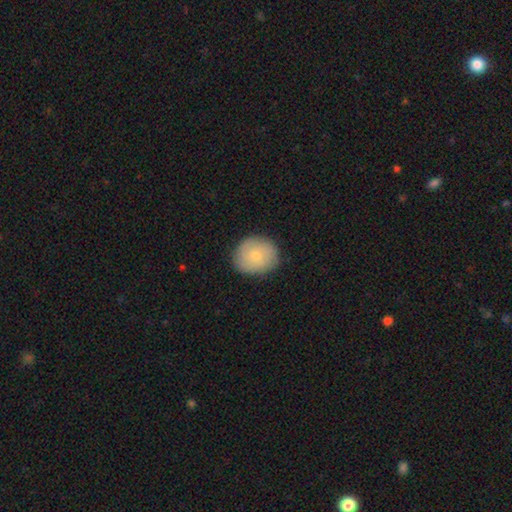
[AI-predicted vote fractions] Q: Smooth or featured?
A: smooth (70%); runner-up: featured or disk (24%)
Q: How rounded?
A: round (75%); runner-up: in between (24%)
Q: Merging?
A: none (85%); runner-up: minor disturbance (11%)